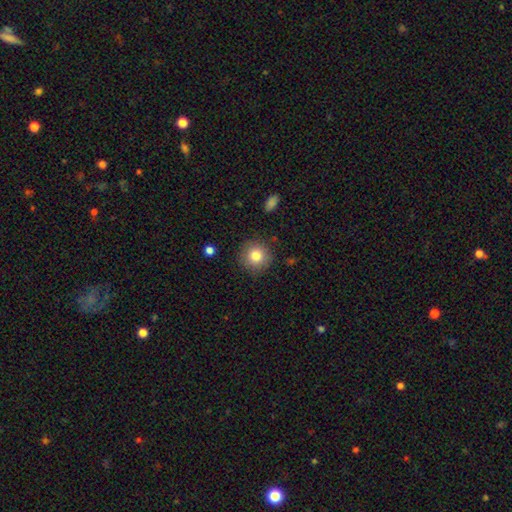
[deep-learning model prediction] Smooth or featured?
  - smooth: 81% *
  - star or artifact: 10%
  - featured or disk: 9%
How rounded?
  - round: 94% *
  - in between: 5%
  - cigar-shaped: 1%
Merging?
  - none: 88% *
  - minor disturbance: 8%
  - major disturbance: 2%
  - merger: 1%